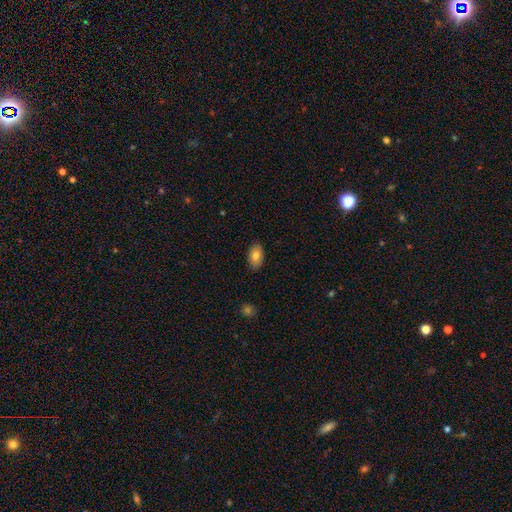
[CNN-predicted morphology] type=smooth (80%); roundness=in between (92%); merging=none (87%).